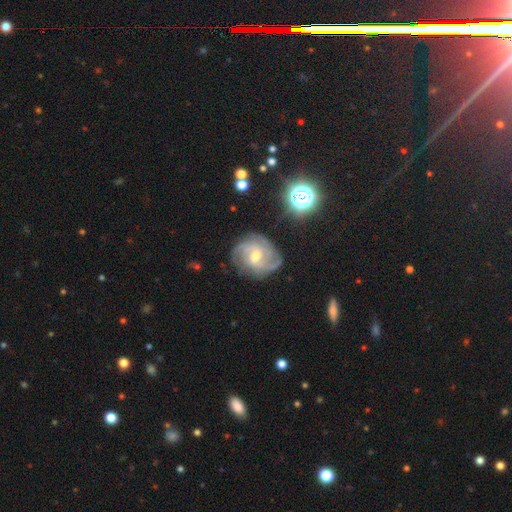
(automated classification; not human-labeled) A featured or disk galaxy (84%) with a weak bar (52%), 3 (28%) tight (44%) spiral arms (95%) and a moderate central bulge (61%). Merging: none (71%).